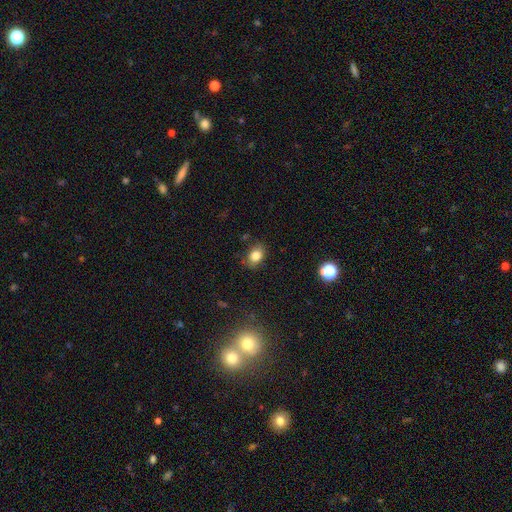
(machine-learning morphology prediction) Overall: smooth (81%). How rounded: in between (74%). Merging: none (76%).